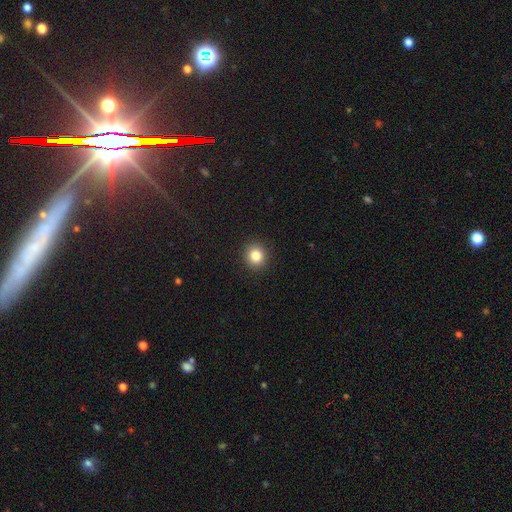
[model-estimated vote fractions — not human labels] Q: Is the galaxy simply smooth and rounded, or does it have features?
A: smooth — 84%.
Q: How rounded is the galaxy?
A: round — 87%.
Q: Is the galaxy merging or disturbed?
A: none — 92%.